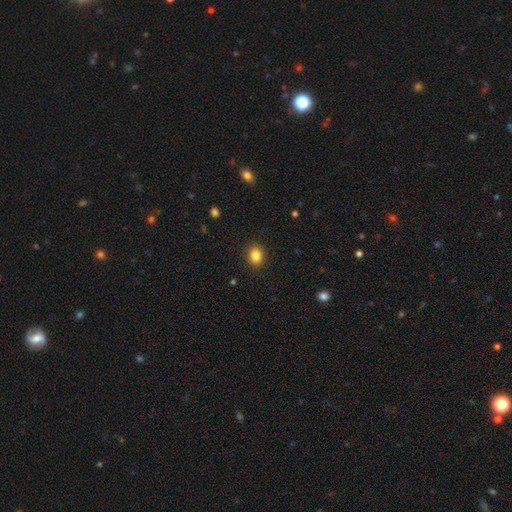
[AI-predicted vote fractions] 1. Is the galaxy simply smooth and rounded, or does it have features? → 84% smooth, 10% star or artifact, 5% featured or disk.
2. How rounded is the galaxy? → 58% round, 42% in between, 1% cigar-shaped.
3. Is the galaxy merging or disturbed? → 90% none, 7% minor disturbance, 2% major disturbance, 1% merger.